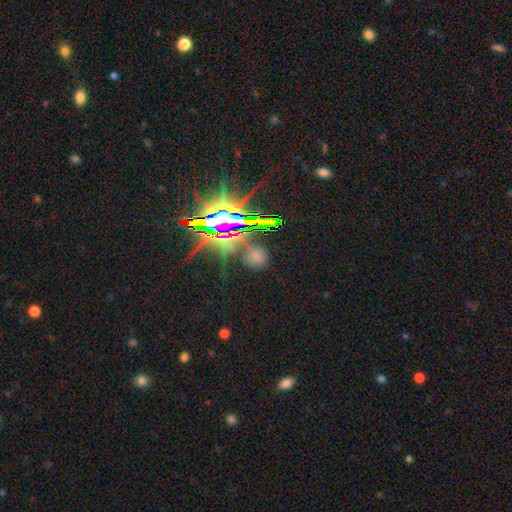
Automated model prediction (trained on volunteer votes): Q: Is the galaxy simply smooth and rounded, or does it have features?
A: star or artifact — 51%.